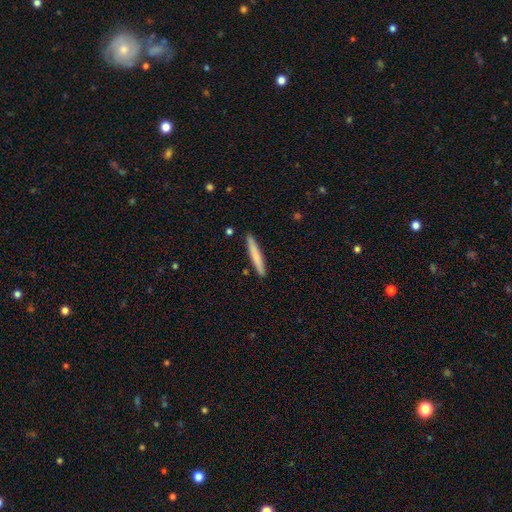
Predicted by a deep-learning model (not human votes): Morphology: type=smooth (73%); roundness=cigar-shaped (95%); merging=none (89%).